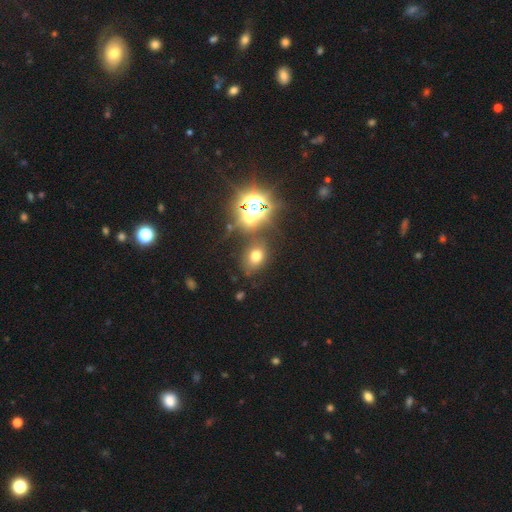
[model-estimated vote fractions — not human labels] smooth 61%, star or artifact 29%, featured or disk 10%. Down the decision tree: how rounded — in between (53%); merging — none (74%).